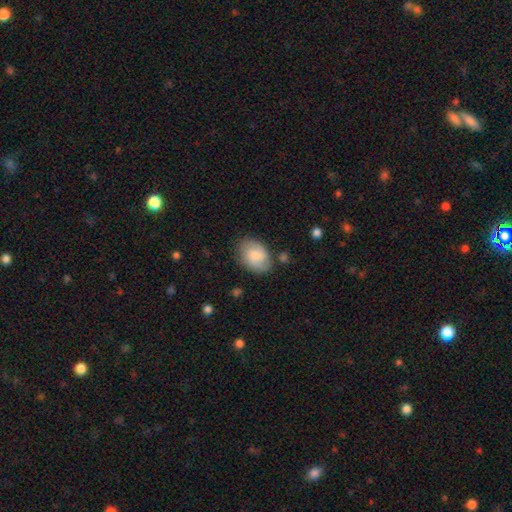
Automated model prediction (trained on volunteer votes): Smooth or featured?
  - smooth: 75% *
  - featured or disk: 18%
  - star or artifact: 7%
How rounded?
  - in between: 80% *
  - round: 19%
  - cigar-shaped: 1%
Merging?
  - none: 76% *
  - minor disturbance: 17%
  - major disturbance: 4%
  - merger: 3%